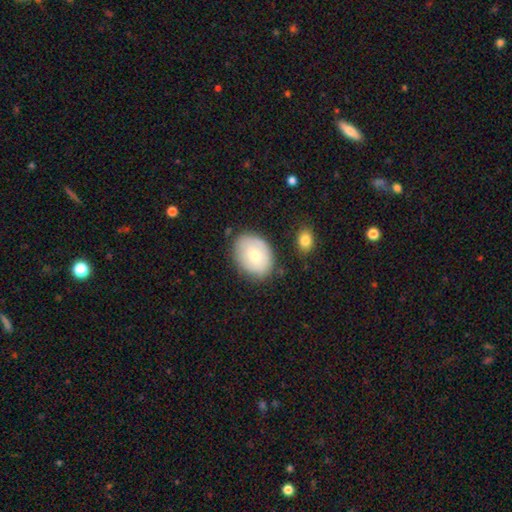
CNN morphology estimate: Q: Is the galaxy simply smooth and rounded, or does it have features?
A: smooth — 64%.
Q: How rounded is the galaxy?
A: in between — 66%.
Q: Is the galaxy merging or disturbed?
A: none — 75%.